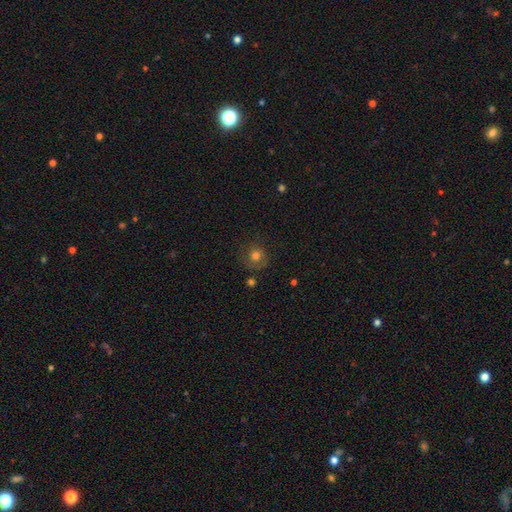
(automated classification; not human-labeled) The model was most divided on "smooth or featured": smooth: 64%, featured or disk: 24%, star or artifact: 12%. More confident: how rounded — round (86%); merging — none (68%).